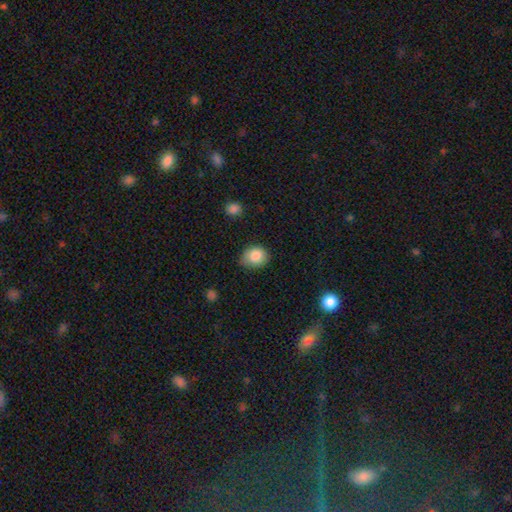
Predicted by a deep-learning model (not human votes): Morphology: type=smooth (85%); roundness=round (57%); merging=none (66%).